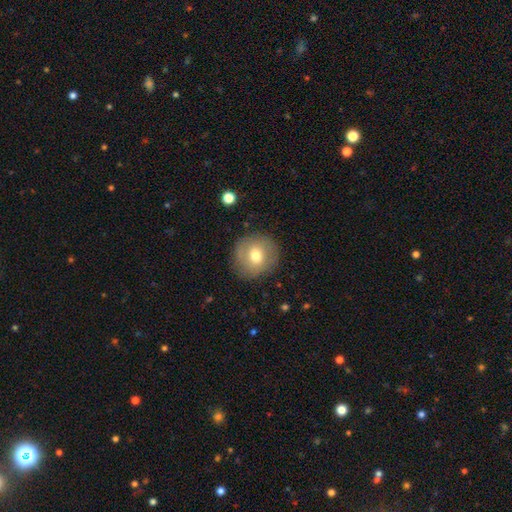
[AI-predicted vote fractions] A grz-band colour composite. It shows a smooth galaxy with no disk features (70%) that is round (91%). Merging: none (86%).